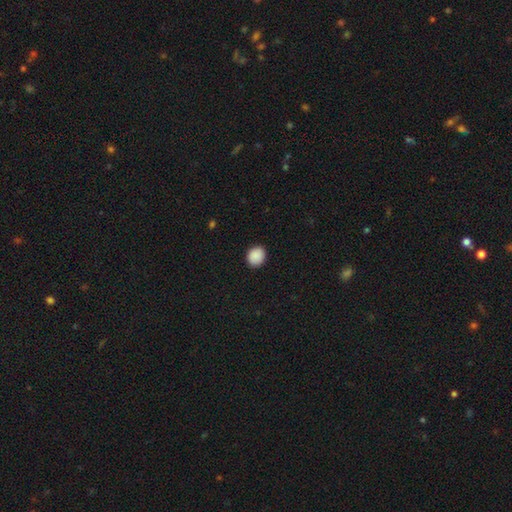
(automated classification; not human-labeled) Smooth or featured?
  - smooth: 90% *
  - star or artifact: 8%
  - featured or disk: 2%
How rounded?
  - round: 70% *
  - in between: 30%
  - cigar-shaped: 1%
Merging?
  - none: 90% *
  - minor disturbance: 8%
  - major disturbance: 2%
  - merger: 1%